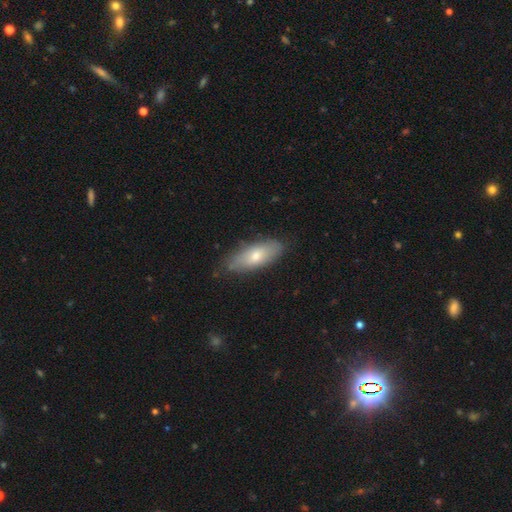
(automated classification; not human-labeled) smooth-or-featured: smooth: 66% | featured or disk: 28% | star or artifact: 6%
  how-rounded: in between: 72% | cigar-shaped: 26% | round: 2%
  merging: none: 78% | minor disturbance: 18% | major disturbance: 3% | merger: 1%